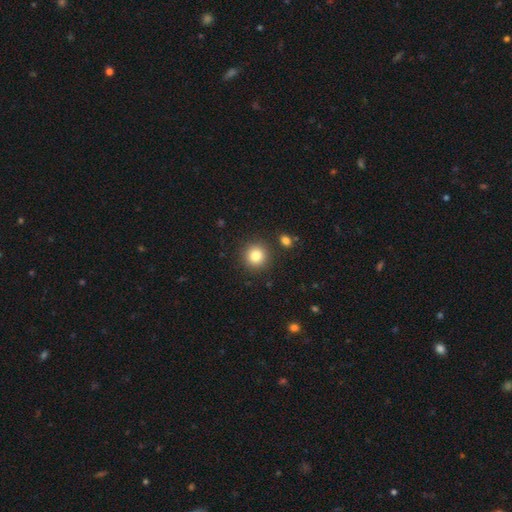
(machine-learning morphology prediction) Smooth or featured: smooth — 82% (star or artifact — 11%)
How rounded: round — 93% (in between — 6%)
Merging: none — 88% (minor disturbance — 6%)